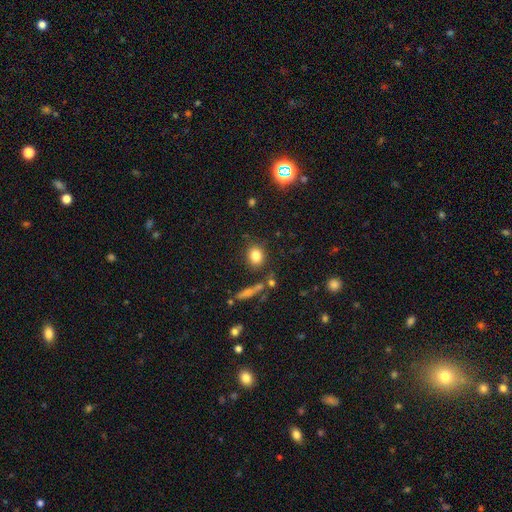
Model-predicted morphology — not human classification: Q: Smooth or featured?
A: smooth (82%); runner-up: star or artifact (10%)
Q: How rounded?
A: round (58%); runner-up: in between (40%)
Q: Merging?
A: none (80%); runner-up: minor disturbance (11%)